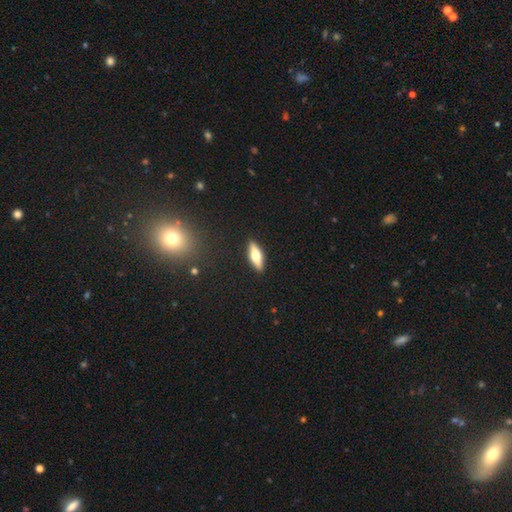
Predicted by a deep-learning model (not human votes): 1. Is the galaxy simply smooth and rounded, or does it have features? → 55% smooth, 39% featured or disk, 6% star or artifact.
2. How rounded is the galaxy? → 53% in between, 44% cigar-shaped, 3% round.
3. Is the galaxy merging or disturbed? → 90% none, 7% minor disturbance, 2% major disturbance, 1% merger.